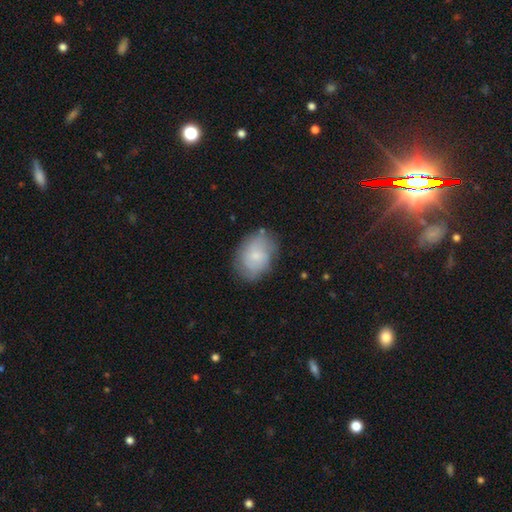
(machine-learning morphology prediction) Q: Smooth or featured?
A: smooth (57%); runner-up: featured or disk (35%)
Q: How rounded?
A: in between (70%); runner-up: round (28%)
Q: Merging?
A: none (69%); runner-up: minor disturbance (22%)